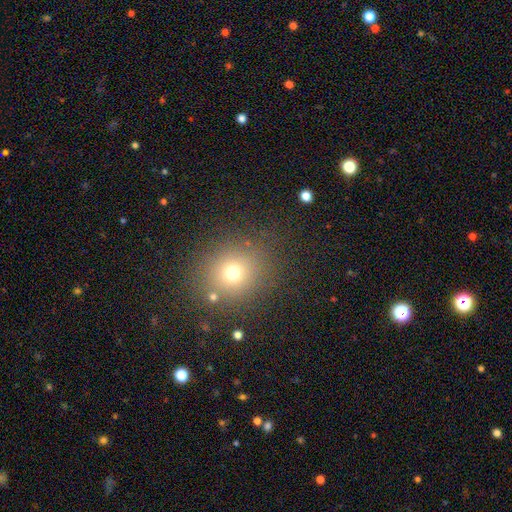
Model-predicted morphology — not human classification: This appears to be a smooth galaxy with no disk features (61%) that is round (80%). Merging: none (88%).